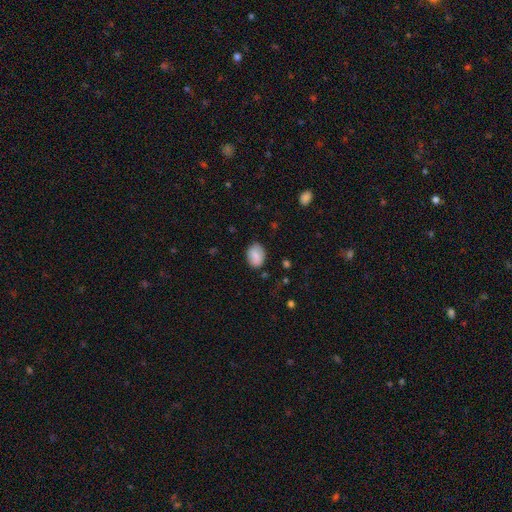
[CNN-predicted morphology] smooth_or_featured: smooth (p=0.81) [alt: featured or disk p=0.11]
how_rounded: in between (p=0.77) [alt: round p=0.22]
merging: none (p=0.80) [alt: minor disturbance p=0.15]